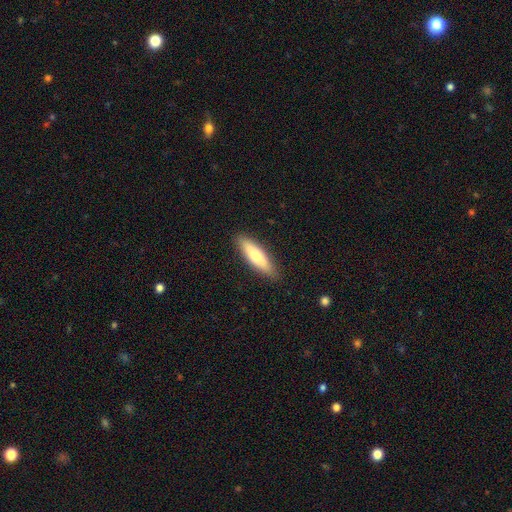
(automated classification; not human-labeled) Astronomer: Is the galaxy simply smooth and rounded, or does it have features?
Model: smooth — 67%.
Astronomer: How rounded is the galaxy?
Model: cigar-shaped — 64%.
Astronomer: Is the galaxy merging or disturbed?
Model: none — 88%.